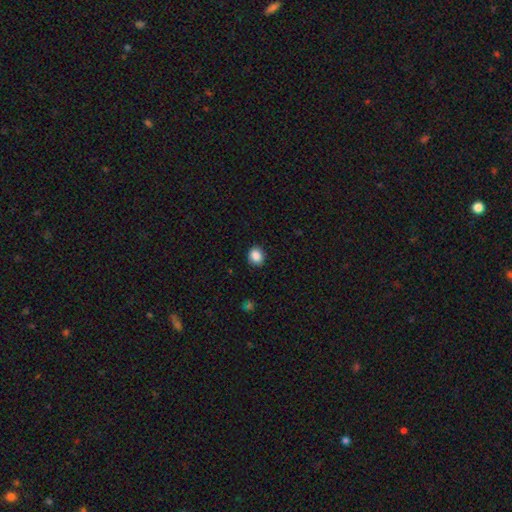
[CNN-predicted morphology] The model was most divided on "how rounded": round: 66%, in between: 33%, cigar-shaped: 1%. More confident: merging — none (88%); smooth or featured — smooth (87%).